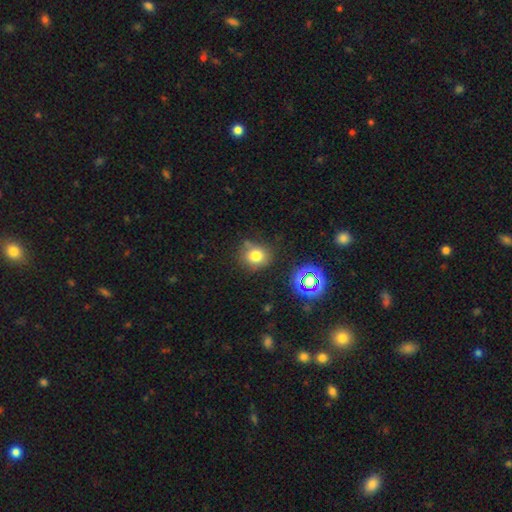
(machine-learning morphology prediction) smooth 75%, star or artifact 16%, featured or disk 9%. Down the decision tree: how rounded — round (78%); merging — none (73%).